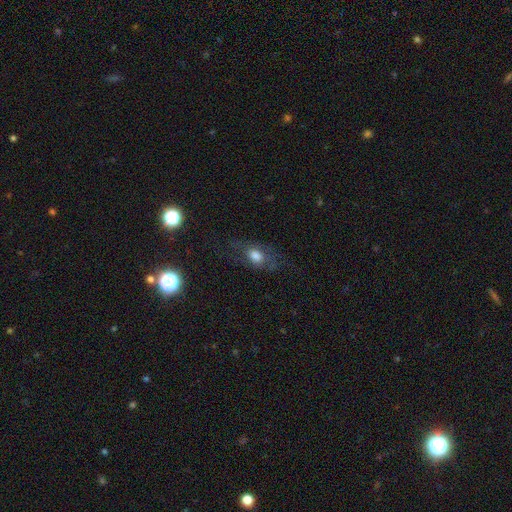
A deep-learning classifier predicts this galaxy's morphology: The model was most divided on "smooth or featured": smooth: 59%, featured or disk: 29%, star or artifact: 12%. More confident: how rounded — in between (75%); merging — none (57%).